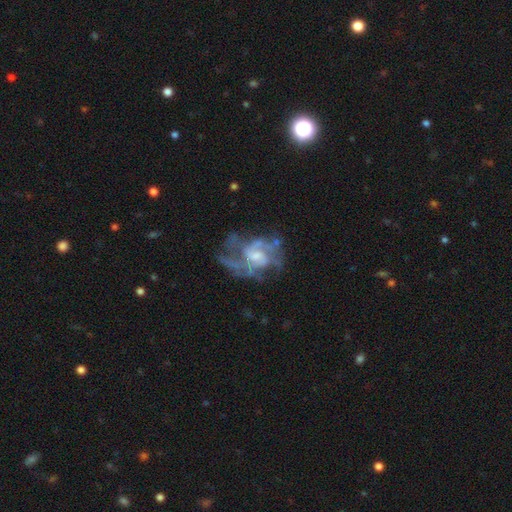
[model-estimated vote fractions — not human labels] Q: Smooth or featured?
A: featured or disk (81%); runner-up: smooth (11%)
Q: Edge-on disk?
A: no (97%); runner-up: yes (3%)
Q: Bar?
A: no (49%); runner-up: weak (42%)
Q: Spiral arms?
A: yes (82%); runner-up: no (18%)
Q: Spiral winding?
A: medium (47%); runner-up: loose (28%)
Q: Spiral arm count?
A: 2 (36%); runner-up: can't tell (30%)
Q: Bulge size?
A: moderate (40%); runner-up: small (38%)
Q: Merging?
A: none (41%); runner-up: major disturbance (35%)